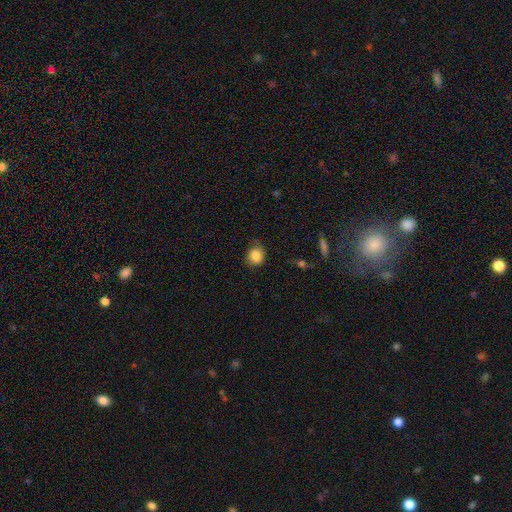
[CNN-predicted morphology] smooth 78%, featured or disk 14%, star or artifact 8%. Down the decision tree: how rounded — round (63%); merging — none (63%).